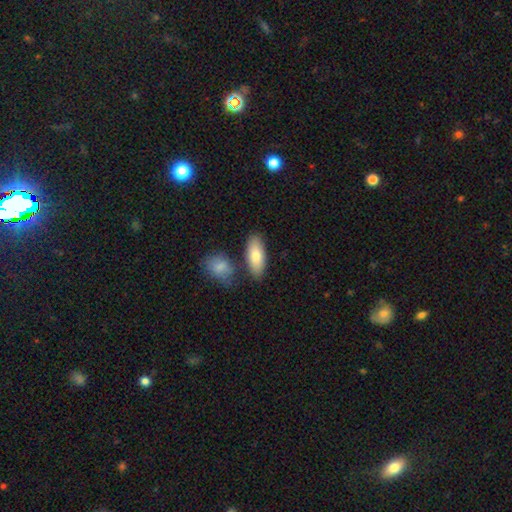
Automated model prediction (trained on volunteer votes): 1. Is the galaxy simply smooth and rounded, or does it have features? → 81% smooth, 14% featured or disk, 6% star or artifact.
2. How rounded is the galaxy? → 83% in between, 14% cigar-shaped, 3% round.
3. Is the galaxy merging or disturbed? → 73% none, 12% minor disturbance, 11% merger, 3% major disturbance.